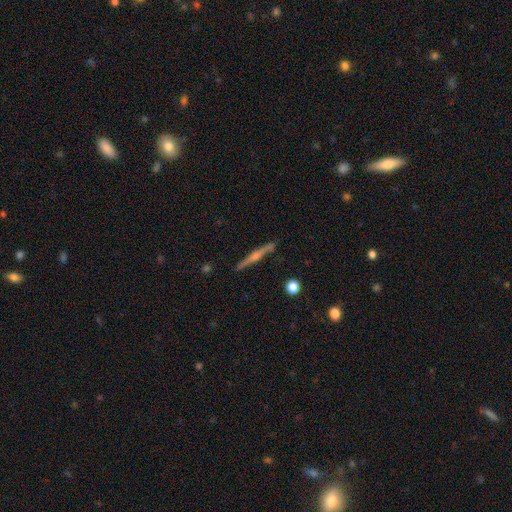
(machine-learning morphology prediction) This appears to be a featured or disk galaxy (75%) viewed edge-on (98%) with a rounded central bulge (83%). Merging: none (90%).